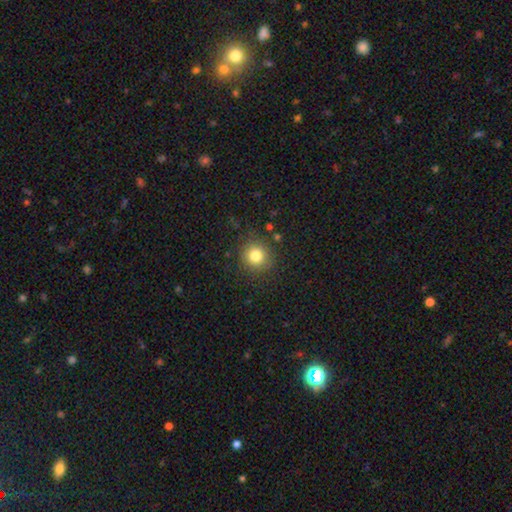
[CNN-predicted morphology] A smooth galaxy with no disk features (81%) that is round (92%).

Vote fractions:
- Smooth or featured? smooth: 81% / star or artifact: 12% / featured or disk: 7%
- How rounded? round: 92% / in between: 7% / cigar-shaped: 1%
- Merging? none: 88% / minor disturbance: 8% / major disturbance: 3% / merger: 2%